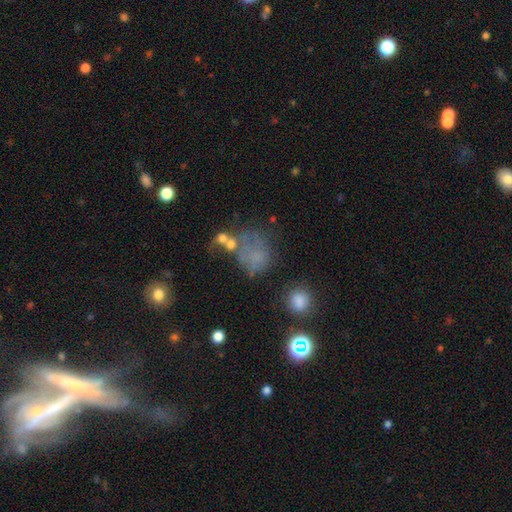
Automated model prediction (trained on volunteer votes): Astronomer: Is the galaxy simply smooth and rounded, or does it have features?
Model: smooth — 51% (runner-up: featured or disk, 28%).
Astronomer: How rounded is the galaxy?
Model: round — 65%.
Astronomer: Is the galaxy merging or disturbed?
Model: none — 34% (runner-up: major disturbance, 29%).